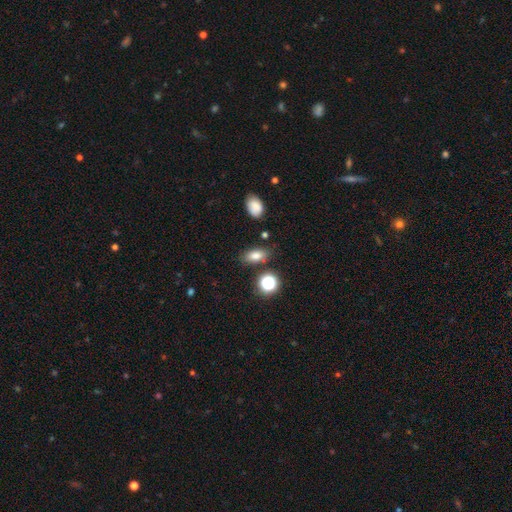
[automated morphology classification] Smooth or featured: smooth — 78% (star or artifact — 13%)
How rounded: in between — 82% (round — 10%)
Merging: none — 80% (minor disturbance — 12%)